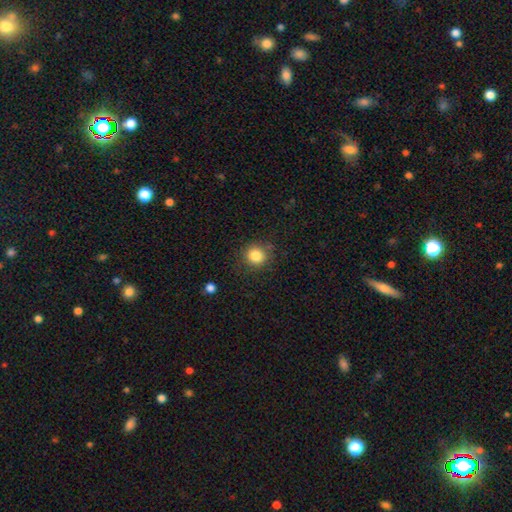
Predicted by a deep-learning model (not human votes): Overall: smooth (84%). How rounded: round (89%). Merging: none (84%).